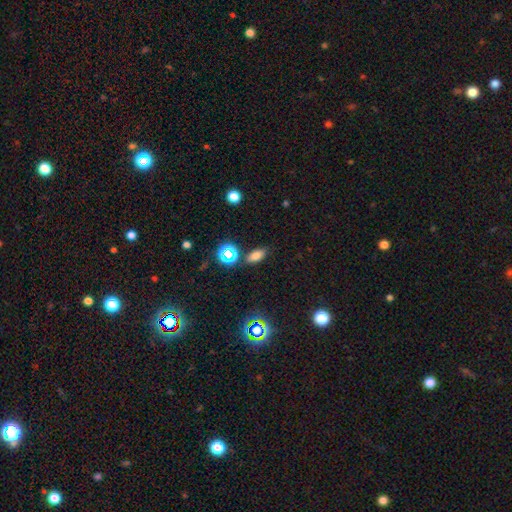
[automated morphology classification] smooth 72%, star or artifact 20%, featured or disk 8%. Down the decision tree: how rounded — in between (84%); merging — none (81%).